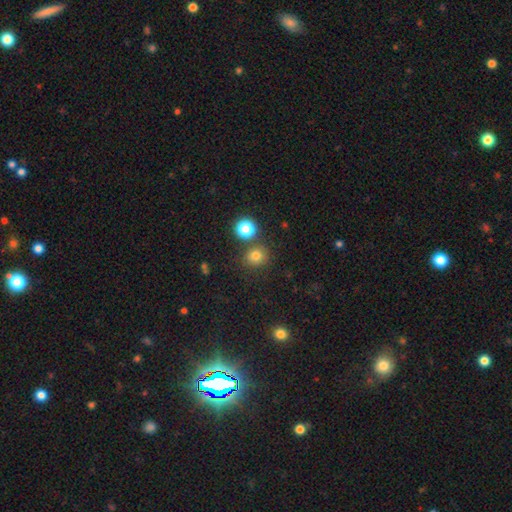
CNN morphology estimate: Smooth or featured? Predicted: smooth (p=0.75). How rounded? Predicted: round (p=0.85). Merging? Predicted: none (p=0.78).